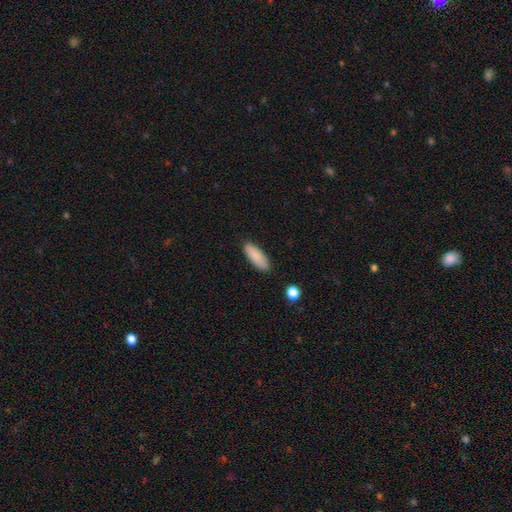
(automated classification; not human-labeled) smooth_or_featured: smooth (p=0.88) [alt: star or artifact p=0.06]
how_rounded: in between (p=0.62) [alt: cigar-shaped p=0.36]
merging: none (p=0.87) [alt: minor disturbance p=0.09]